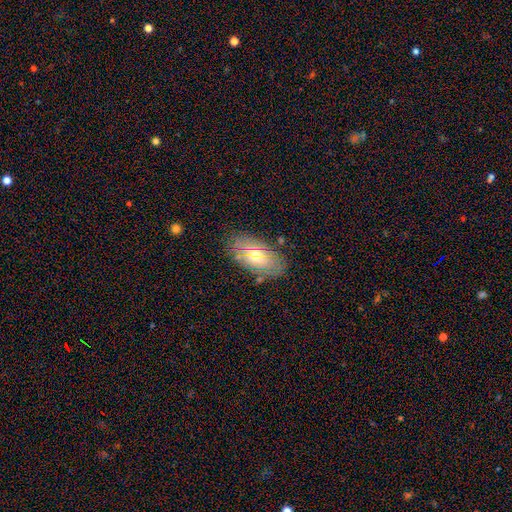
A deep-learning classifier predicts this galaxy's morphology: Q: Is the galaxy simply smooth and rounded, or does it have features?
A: smooth — 55%.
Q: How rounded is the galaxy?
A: in between — 91%.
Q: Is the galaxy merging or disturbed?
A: none — 82%.